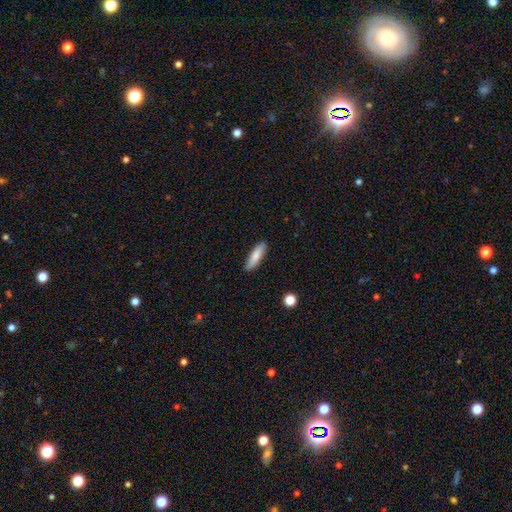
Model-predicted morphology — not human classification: Q: Smooth or featured?
A: smooth (80%); runner-up: featured or disk (14%)
Q: How rounded?
A: cigar-shaped (63%); runner-up: in between (35%)
Q: Merging?
A: none (89%); runner-up: minor disturbance (8%)